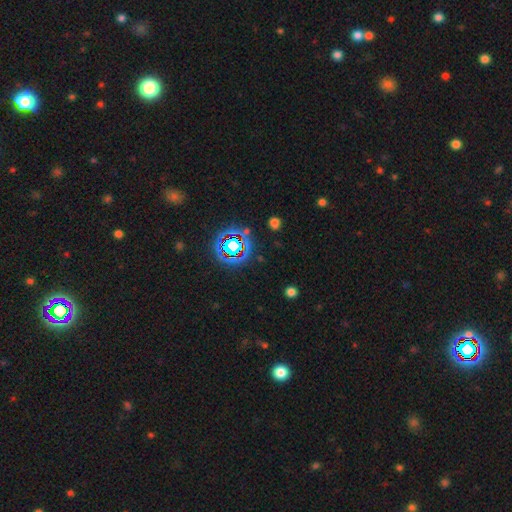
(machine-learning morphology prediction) Smooth or featured? star or artifact (72%)